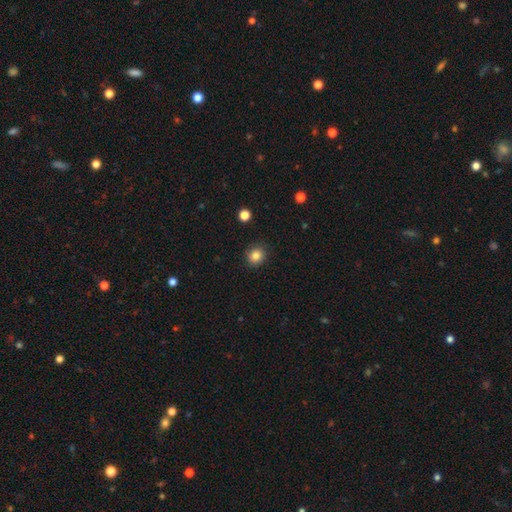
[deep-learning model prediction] smooth 84%, star or artifact 11%, featured or disk 5%. Down the decision tree: how rounded — round (83%); merging — none (89%).